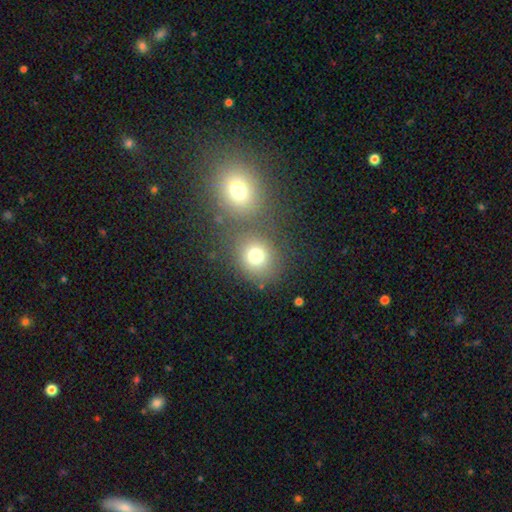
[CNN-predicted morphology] smooth-or-featured: smooth: 75% | star or artifact: 15% | featured or disk: 10%
  how-rounded: round: 77% | in between: 22% | cigar-shaped: 1%
  merging: none: 62% | merger: 25% | minor disturbance: 8% | major disturbance: 4%